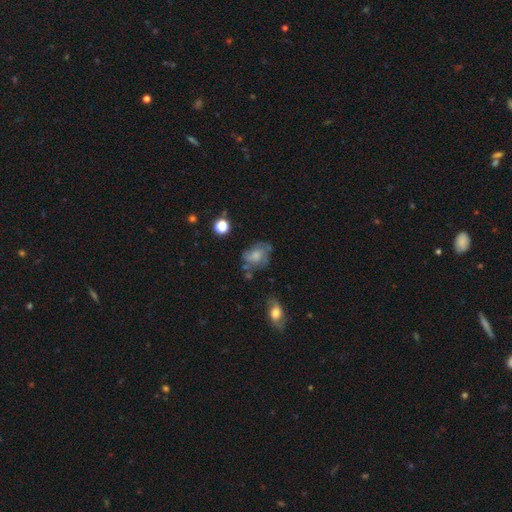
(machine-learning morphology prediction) A smooth galaxy with no disk features (45%). Merging: none (51%).